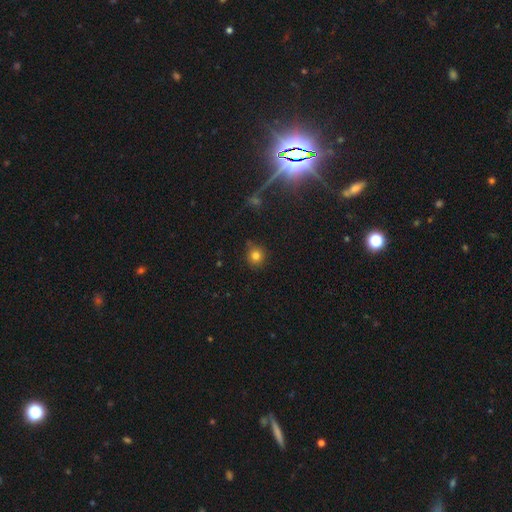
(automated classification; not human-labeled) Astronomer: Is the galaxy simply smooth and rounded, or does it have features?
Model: smooth — 79%.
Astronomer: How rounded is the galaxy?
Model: round — 90%.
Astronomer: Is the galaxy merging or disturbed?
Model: none — 81%.